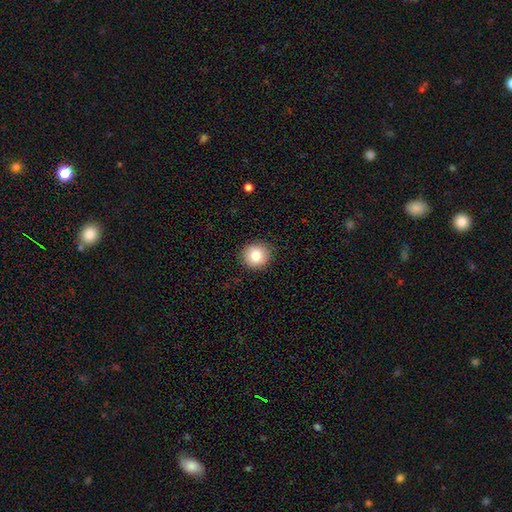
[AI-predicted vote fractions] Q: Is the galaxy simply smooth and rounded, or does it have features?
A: smooth — 82%.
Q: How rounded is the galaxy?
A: round — 92%.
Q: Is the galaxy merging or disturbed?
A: none — 91%.